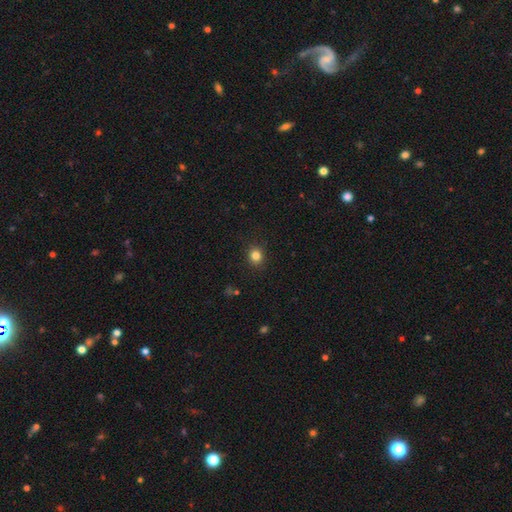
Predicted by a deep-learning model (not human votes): Smooth or featured?
  - smooth: 83% *
  - star or artifact: 12%
  - featured or disk: 5%
How rounded?
  - round: 81% *
  - in between: 18%
  - cigar-shaped: 1%
Merging?
  - none: 91% *
  - minor disturbance: 6%
  - major disturbance: 2%
  - merger: 1%